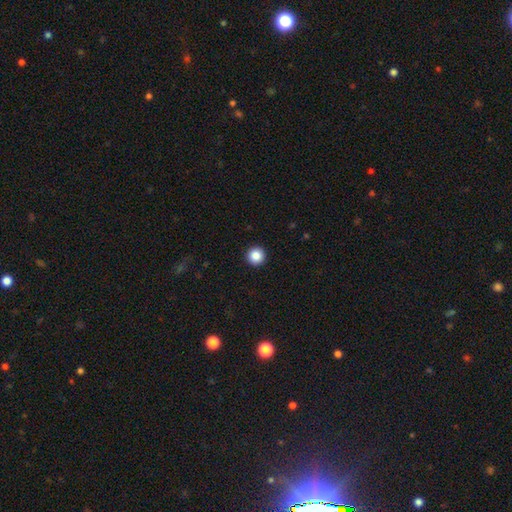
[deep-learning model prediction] A smooth galaxy with no disk features (87%) that is round (97%). Merging: none (94%).